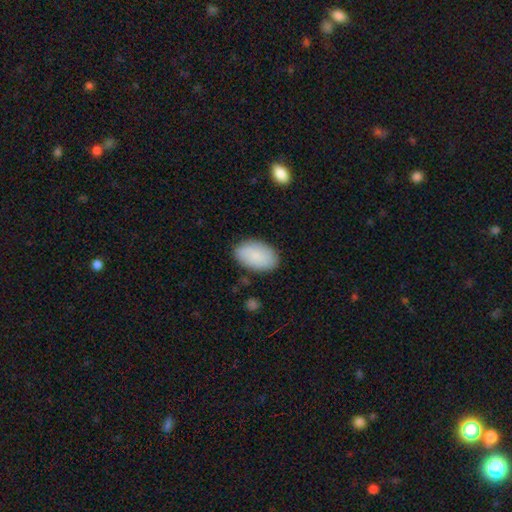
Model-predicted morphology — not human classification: A smooth galaxy with no disk features (83%) that is in between round and cigar-shaped (94%). Merging: none (85%).